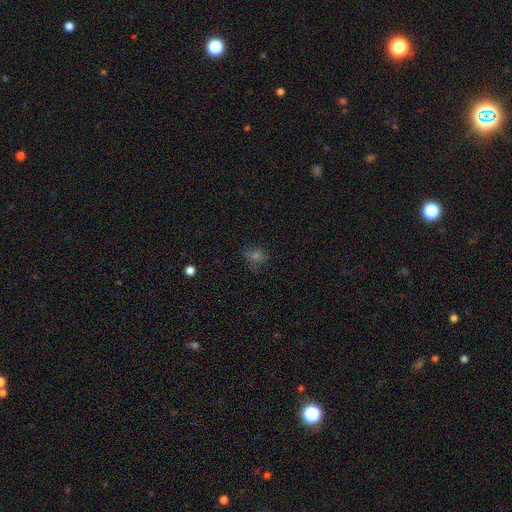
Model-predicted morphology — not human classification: smooth 52%, star or artifact 31%, featured or disk 17%. Down the decision tree: how rounded — round (70%); merging — none (72%).